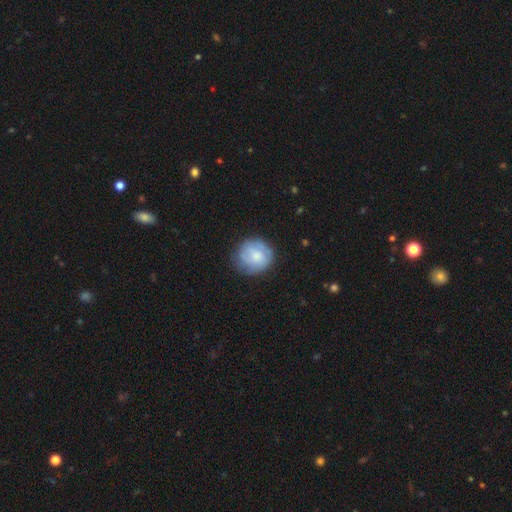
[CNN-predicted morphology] This is likely a smooth galaxy (66%). How rounded: clearly round (88%). Merging: likely none (73%).